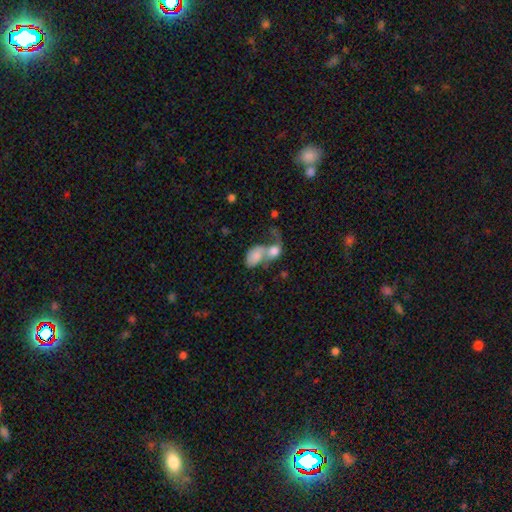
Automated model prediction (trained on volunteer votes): A smooth galaxy with no disk features (69%) that is in between round and cigar-shaped (81%).

Vote fractions:
- Smooth or featured? smooth: 69% / featured or disk: 23% / star or artifact: 8%
- How rounded? in between: 81% / round: 17% / cigar-shaped: 2%
- Merging? merger: 76% / major disturbance: 11% / none: 8% / minor disturbance: 5%